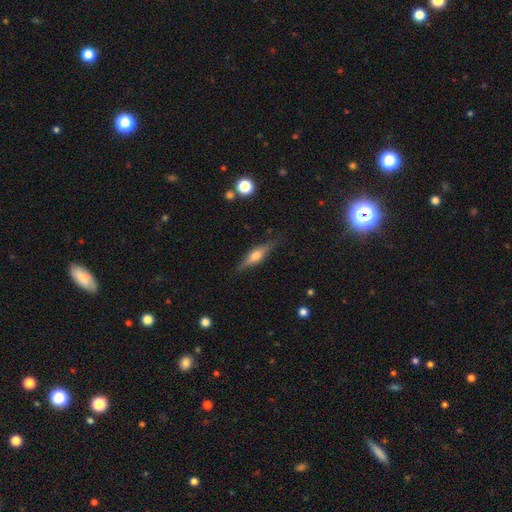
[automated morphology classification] A featured or disk galaxy (58%) viewed edge-on (93%) with a rounded central bulge (89%). Merging: none (84%).